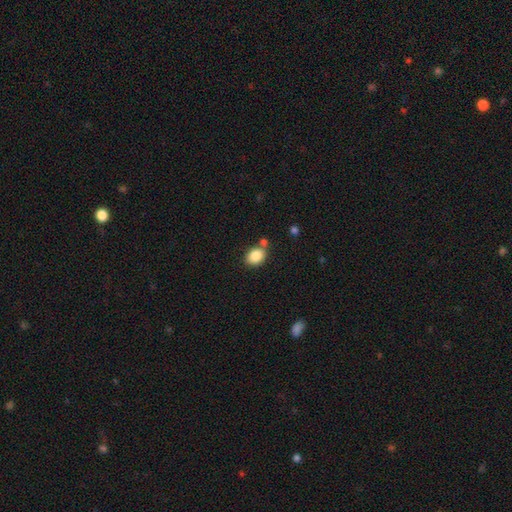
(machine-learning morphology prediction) Overall: smooth (87%). How rounded: in between (67%; round 32%). Merging: none (67%).